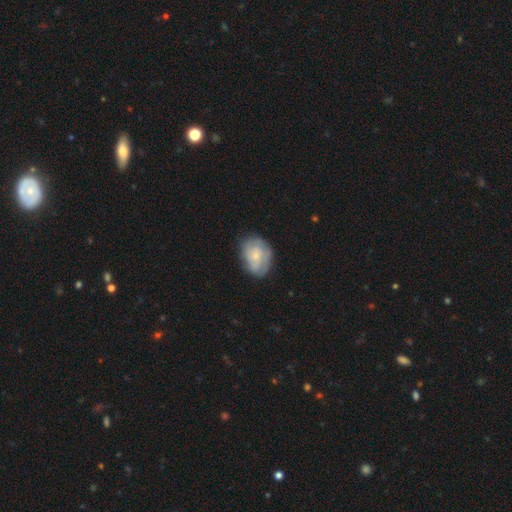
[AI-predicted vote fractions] Smooth or featured? featured or disk (47%)
Merging? none (64%)